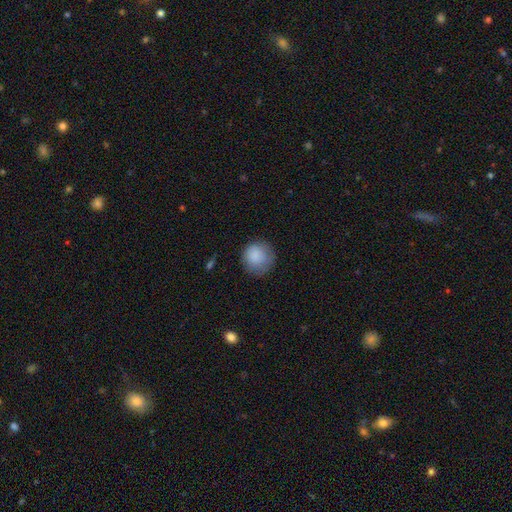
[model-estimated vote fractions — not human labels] Q: Smooth or featured?
A: smooth (87%); runner-up: star or artifact (7%)
Q: How rounded?
A: round (92%); runner-up: in between (7%)
Q: Merging?
A: none (77%); runner-up: minor disturbance (17%)